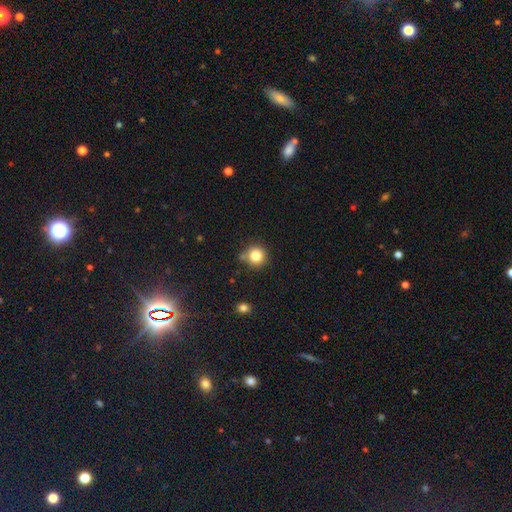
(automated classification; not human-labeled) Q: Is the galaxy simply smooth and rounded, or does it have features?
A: smooth — 82%.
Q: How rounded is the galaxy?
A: round — 93%.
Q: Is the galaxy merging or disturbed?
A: none — 77%.